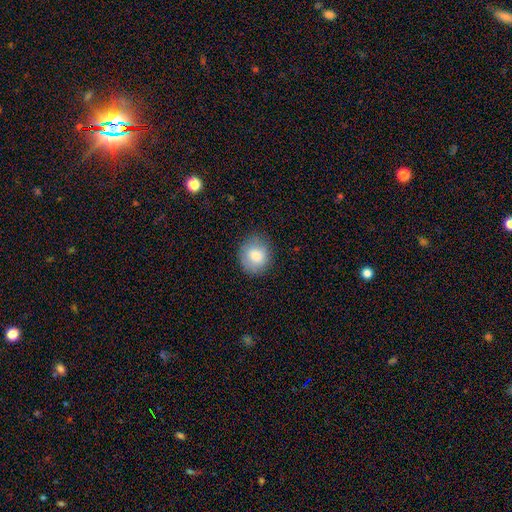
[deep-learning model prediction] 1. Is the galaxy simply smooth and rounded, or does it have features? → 80% smooth, 11% featured or disk, 8% star or artifact.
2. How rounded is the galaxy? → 79% round, 20% in between, 1% cigar-shaped.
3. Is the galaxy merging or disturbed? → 83% none, 13% minor disturbance, 3% major disturbance, 1% merger.